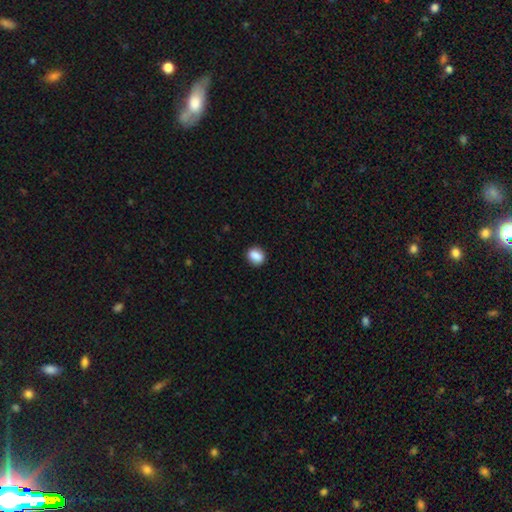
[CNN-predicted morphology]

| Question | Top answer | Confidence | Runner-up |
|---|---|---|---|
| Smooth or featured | smooth | 87% | star or artifact (9%) |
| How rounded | round | 52% | in between (47%) |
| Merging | none | 87% | minor disturbance (10%) |